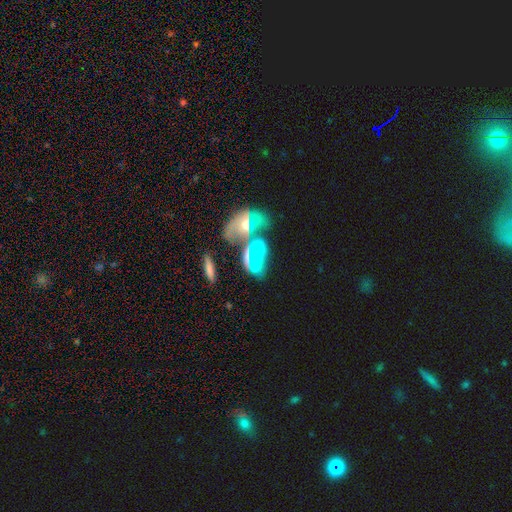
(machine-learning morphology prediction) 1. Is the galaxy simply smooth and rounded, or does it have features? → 46% featured or disk, 35% smooth, 19% star or artifact.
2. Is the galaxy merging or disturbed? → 52% merger, 20% none, 16% major disturbance, 12% minor disturbance.